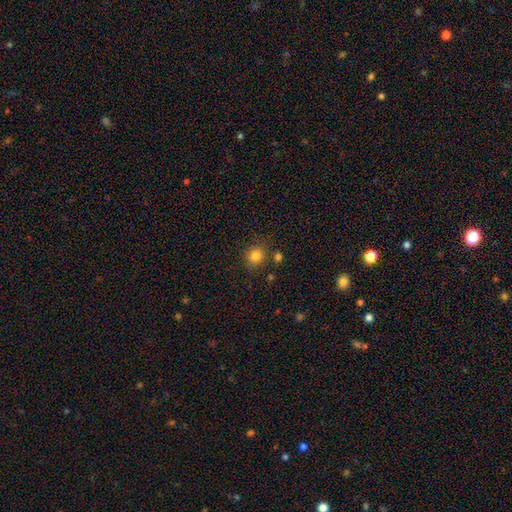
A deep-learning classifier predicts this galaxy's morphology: A smooth galaxy with no disk features (82%) that is round (83%).

Vote fractions:
- Smooth or featured? smooth: 82% / star or artifact: 12% / featured or disk: 6%
- How rounded? round: 83% / in between: 16% / cigar-shaped: 1%
- Merging? none: 81% / minor disturbance: 10% / merger: 6% / major disturbance: 3%